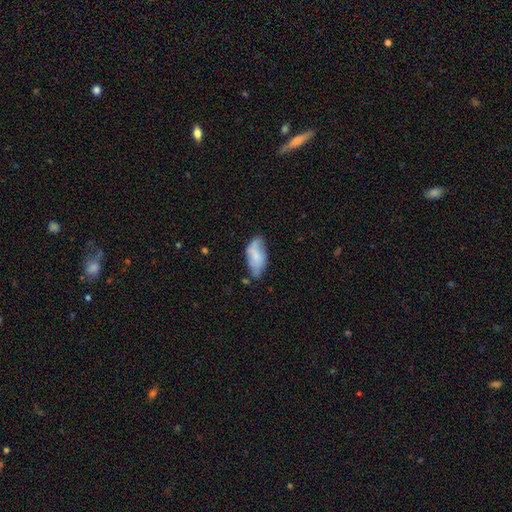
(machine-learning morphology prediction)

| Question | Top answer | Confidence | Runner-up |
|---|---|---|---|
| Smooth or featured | smooth | 71% | featured or disk (22%) |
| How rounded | in between | 91% | cigar-shaped (7%) |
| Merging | none | 50% | minor disturbance (34%) |